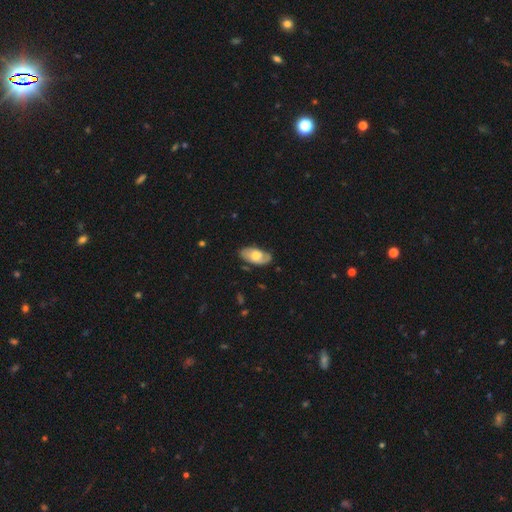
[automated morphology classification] A smooth galaxy with no disk features (49%). Merging: none (68%).